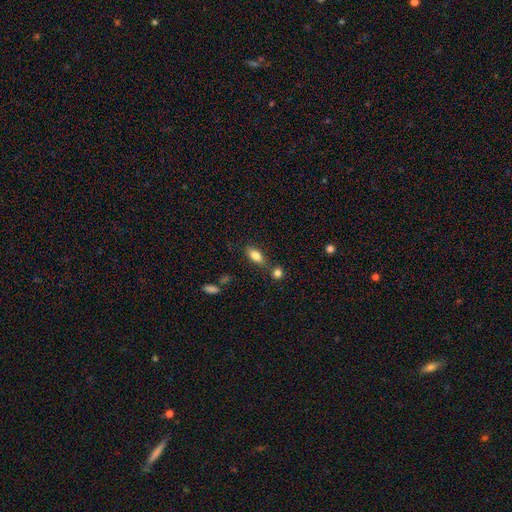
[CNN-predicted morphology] Smooth or featured? Predicted: smooth (p=0.81). How rounded? Predicted: in between (p=0.84). Merging? Predicted: none (p=0.71).